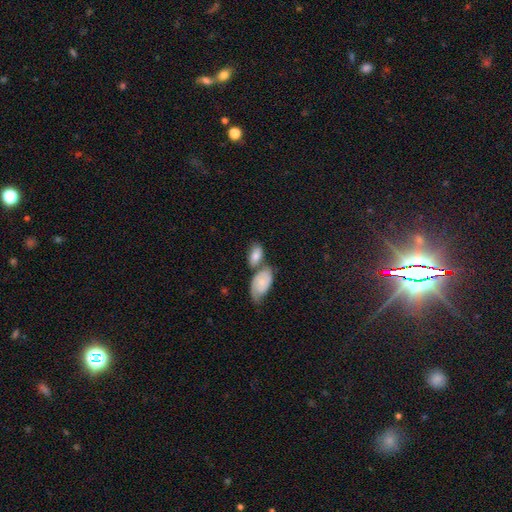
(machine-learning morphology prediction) Smooth or featured? smooth (71%)
How rounded? in between (89%)
Merging? merger (43%)